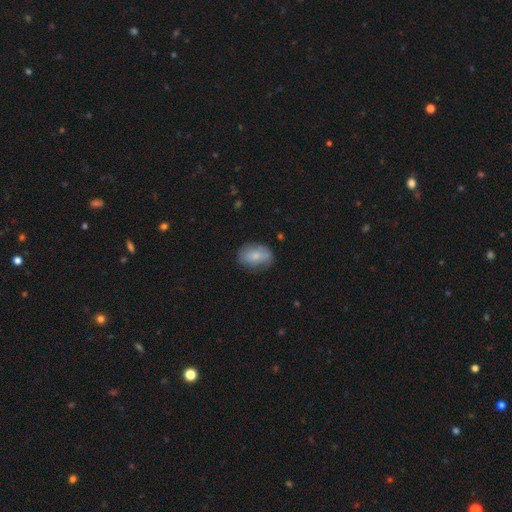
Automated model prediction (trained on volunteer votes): Smooth or featured?
  - smooth: 75% *
  - featured or disk: 18%
  - star or artifact: 7%
How rounded?
  - in between: 79% *
  - round: 20%
  - cigar-shaped: 2%
Merging?
  - none: 71% *
  - minor disturbance: 22%
  - major disturbance: 6%
  - merger: 2%